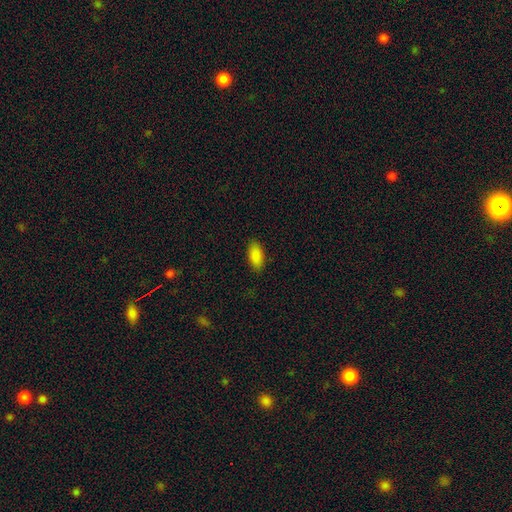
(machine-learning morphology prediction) type=smooth (88%); roundness=in between (91%); merging=none (88%).